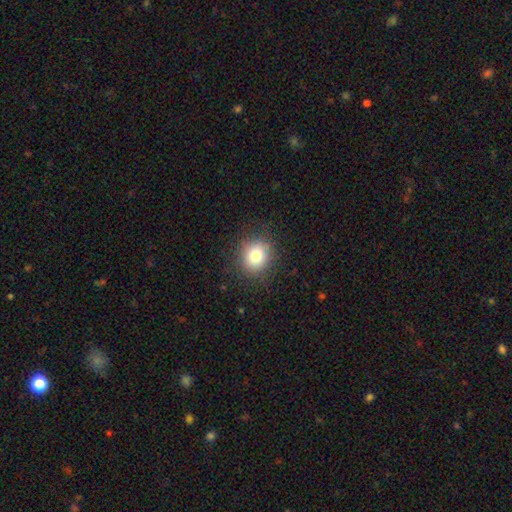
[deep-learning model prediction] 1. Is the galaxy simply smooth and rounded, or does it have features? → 78% smooth, 12% star or artifact, 10% featured or disk.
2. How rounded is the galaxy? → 85% round, 14% in between, 1% cigar-shaped.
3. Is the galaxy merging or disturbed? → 86% none, 9% minor disturbance, 4% major disturbance, 1% merger.